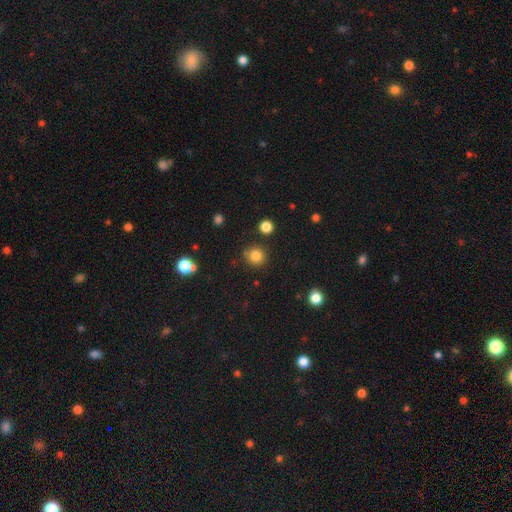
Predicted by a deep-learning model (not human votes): This is clearly a smooth galaxy (83%). How rounded: clearly round (92%). Merging: clearly none (86%).